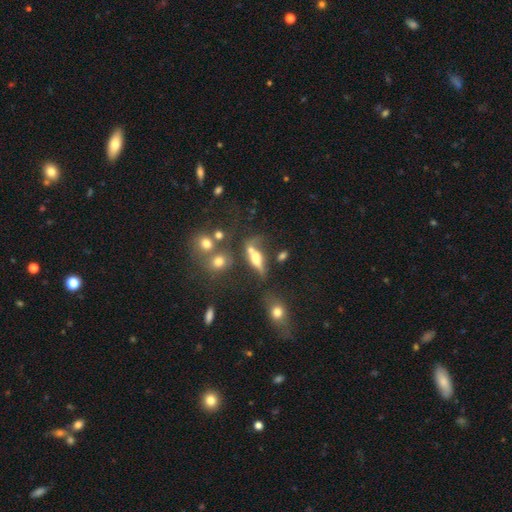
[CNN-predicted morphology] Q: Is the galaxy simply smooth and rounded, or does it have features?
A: smooth — 46%.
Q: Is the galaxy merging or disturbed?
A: merger — 41%.